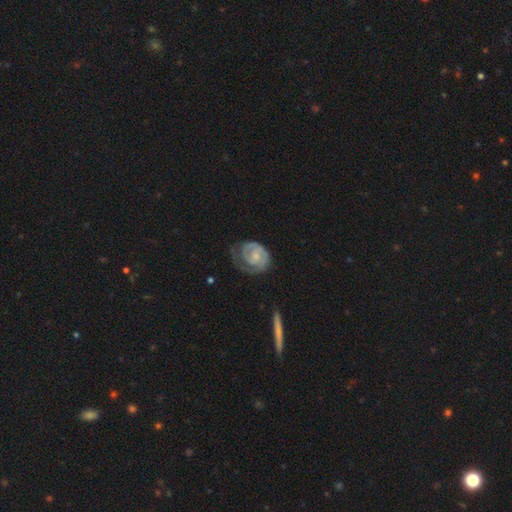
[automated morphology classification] Overall: featured or disk (79%). Edge-on disk: no (98%). Bar: no (63%; weak 31%). Spiral arms: yes (94%). Spiral arm count: 2 (47%; 1 27%). Spiral winding: tight (65%; medium 26%). Bulge size: small (55%; moderate 29%). Merging: none (53%; minor disturbance 25%).